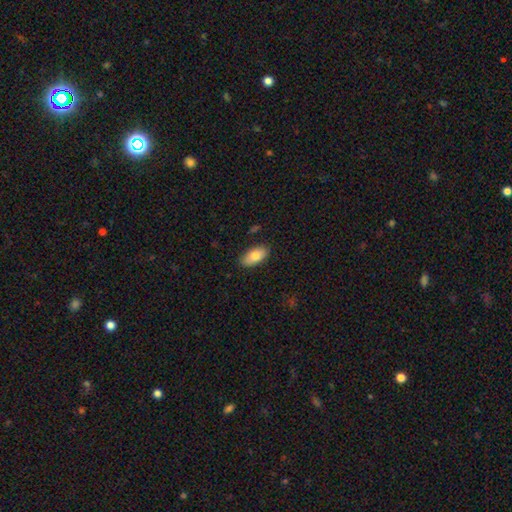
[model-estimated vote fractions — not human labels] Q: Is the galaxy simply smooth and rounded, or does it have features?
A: smooth — 80%.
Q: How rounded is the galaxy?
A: in between — 91%.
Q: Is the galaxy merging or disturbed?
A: none — 85%.